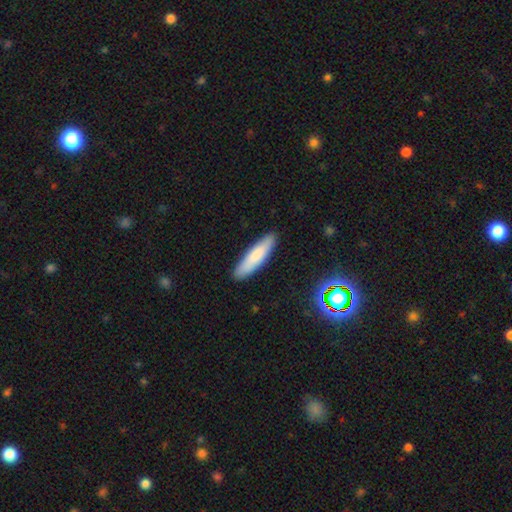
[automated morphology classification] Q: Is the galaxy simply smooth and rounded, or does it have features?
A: smooth — 77%.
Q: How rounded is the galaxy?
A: cigar-shaped — 74%.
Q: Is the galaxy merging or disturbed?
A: none — 89%.